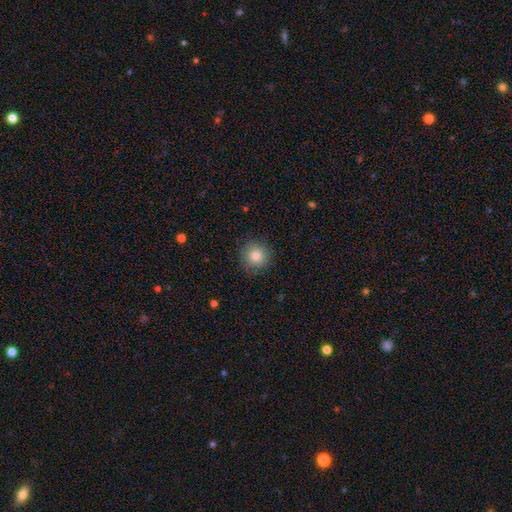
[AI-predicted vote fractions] smooth 83%, star or artifact 10%, featured or disk 7%. Down the decision tree: how rounded — round (93%); merging — none (87%).